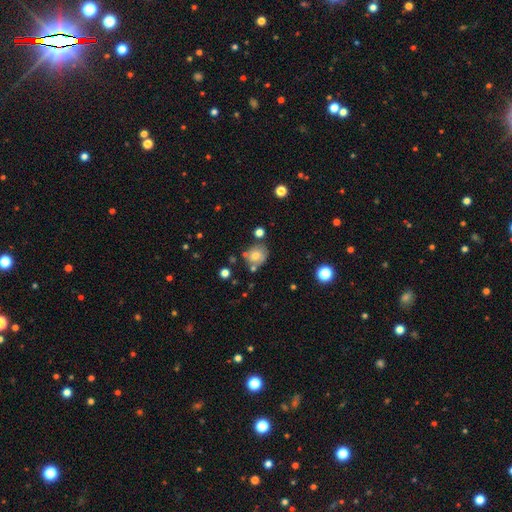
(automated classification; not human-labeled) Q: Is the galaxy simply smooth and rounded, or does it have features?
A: smooth — 71%.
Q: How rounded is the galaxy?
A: round — 81%.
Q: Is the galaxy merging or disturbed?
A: none — 68%.